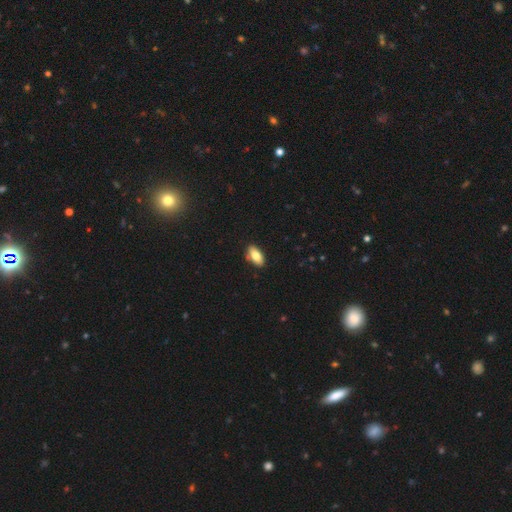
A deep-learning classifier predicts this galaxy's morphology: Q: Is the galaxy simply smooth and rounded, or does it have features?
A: smooth — 79%.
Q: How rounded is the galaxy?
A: in between — 88%.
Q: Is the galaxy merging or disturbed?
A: none — 86%.